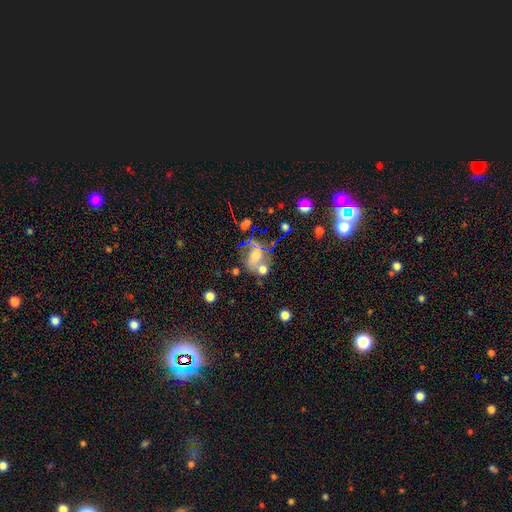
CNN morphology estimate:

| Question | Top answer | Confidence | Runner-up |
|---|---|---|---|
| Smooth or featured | featured or disk | 42% | smooth (39%) |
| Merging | none | 34% | merger (32%) |